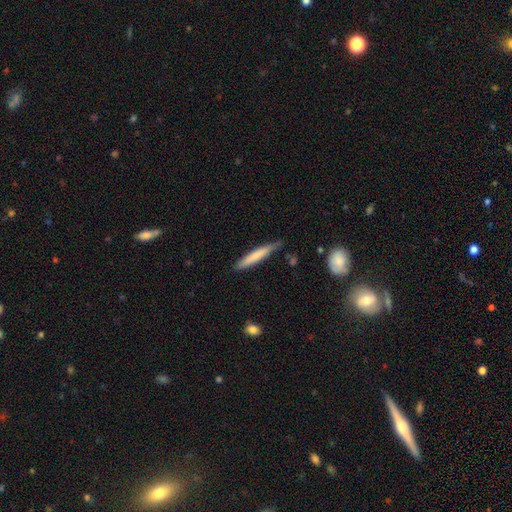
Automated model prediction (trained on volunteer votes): Smooth or featured: smooth — 72% (featured or disk — 23%)
How rounded: cigar-shaped — 94% (in between — 5%)
Merging: none — 76% (minor disturbance — 19%)